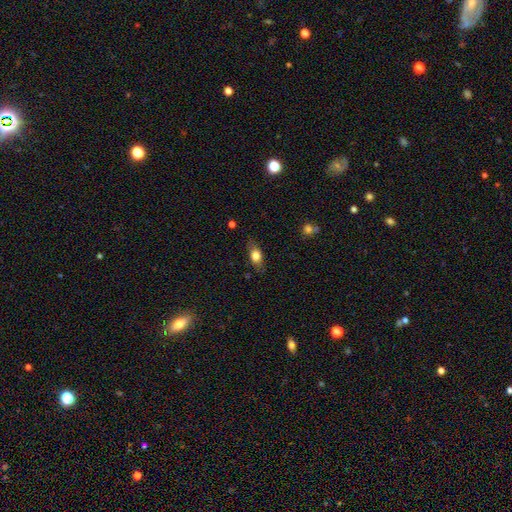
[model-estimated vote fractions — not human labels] A smooth galaxy with no disk features (74%) that is in between round and cigar-shaped (78%).

Vote fractions:
- Smooth or featured? smooth: 74% / featured or disk: 18% / star or artifact: 8%
- How rounded? in between: 78% / round: 11% / cigar-shaped: 11%
- Merging? none: 78% / minor disturbance: 16% / major disturbance: 4% / merger: 1%